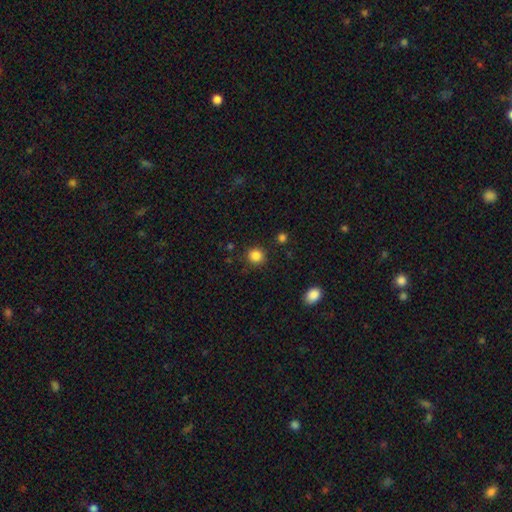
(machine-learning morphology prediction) This appears to be a smooth galaxy with no disk features (85%) that is round (90%). Merging: none (88%).